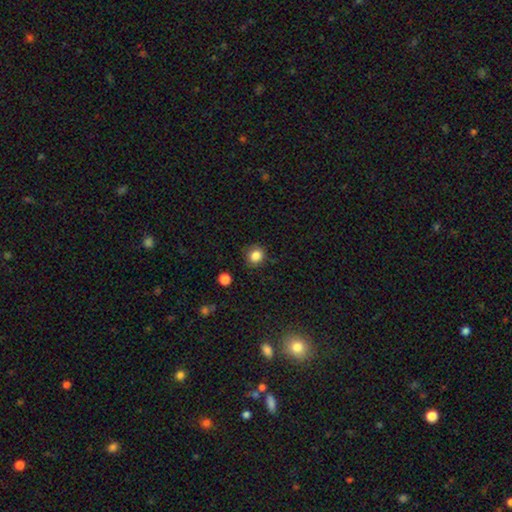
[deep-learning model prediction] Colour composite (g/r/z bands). It shows a smooth galaxy with no disk features (84%) that is round (78%). Merging: none (85%).